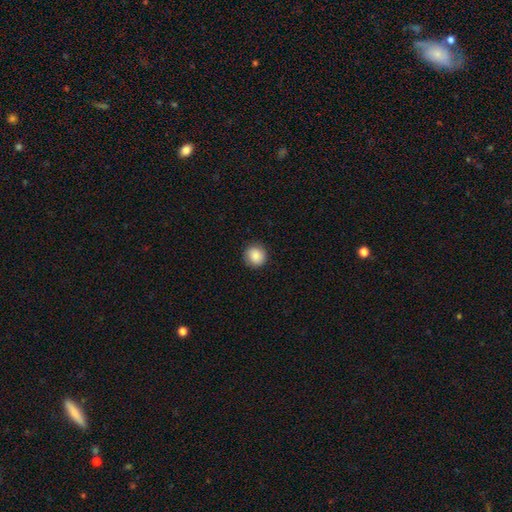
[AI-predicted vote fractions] This is clearly a smooth galaxy (86%). How rounded: clearly round (92%). Merging: clearly none (89%).